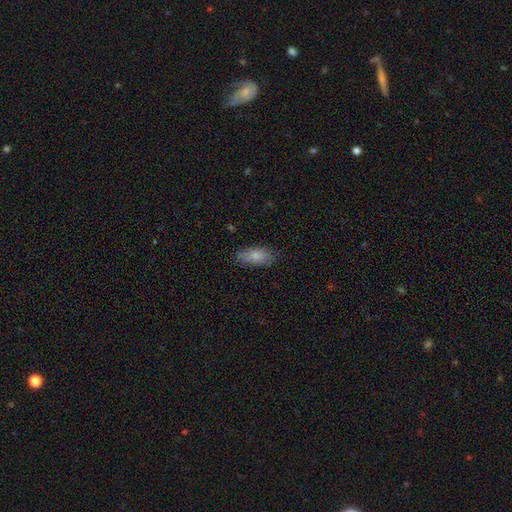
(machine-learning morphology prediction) Smooth or featured?
  - smooth: 82% *
  - featured or disk: 11%
  - star or artifact: 7%
How rounded?
  - in between: 86% *
  - cigar-shaped: 11%
  - round: 3%
Merging?
  - none: 78% *
  - minor disturbance: 16%
  - major disturbance: 4%
  - merger: 1%